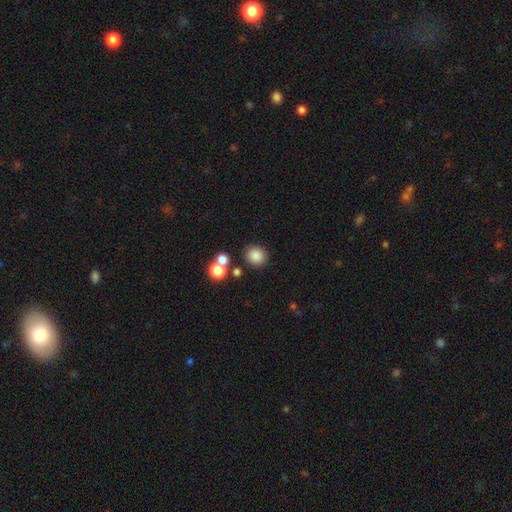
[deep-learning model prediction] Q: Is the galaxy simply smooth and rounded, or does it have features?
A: smooth — 84%.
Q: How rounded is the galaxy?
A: round — 83%.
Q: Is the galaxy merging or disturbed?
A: none — 79%.